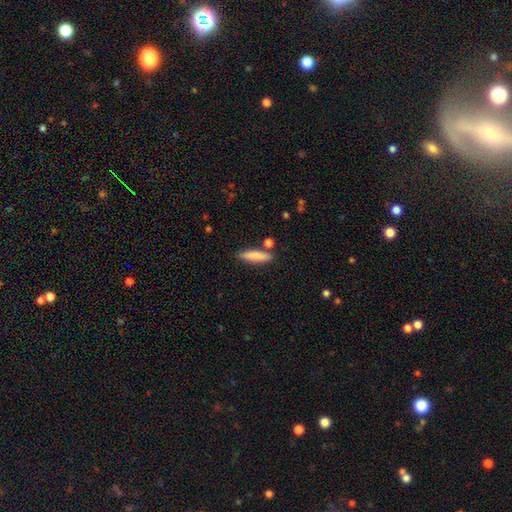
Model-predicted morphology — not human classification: Smooth or featured: smooth — 84% (featured or disk — 10%)
How rounded: cigar-shaped — 73% (in between — 25%)
Merging: none — 80% (minor disturbance — 11%)